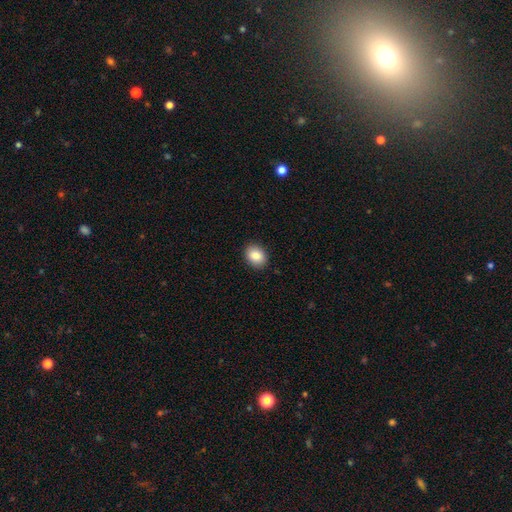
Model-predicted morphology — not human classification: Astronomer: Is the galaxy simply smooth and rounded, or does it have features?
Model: smooth — 87%.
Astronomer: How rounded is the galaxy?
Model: in between — 61% (runner-up: round, 38%).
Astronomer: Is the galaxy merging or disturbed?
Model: none — 90%.